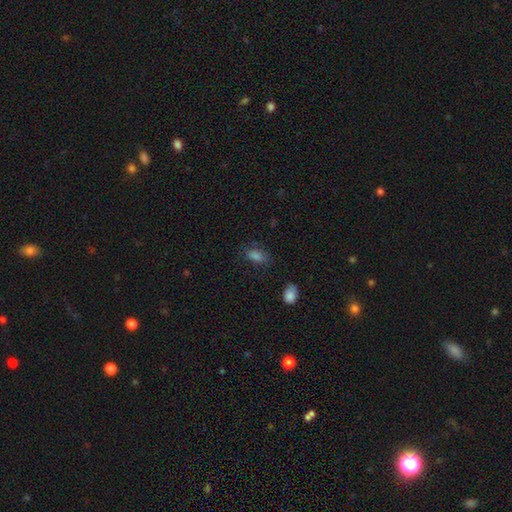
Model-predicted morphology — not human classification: smooth-or-featured: smooth: 70% | star or artifact: 20% | featured or disk: 10%
  how-rounded: in between: 84% | round: 11% | cigar-shaped: 5%
  merging: none: 73% | minor disturbance: 18% | major disturbance: 7% | merger: 2%